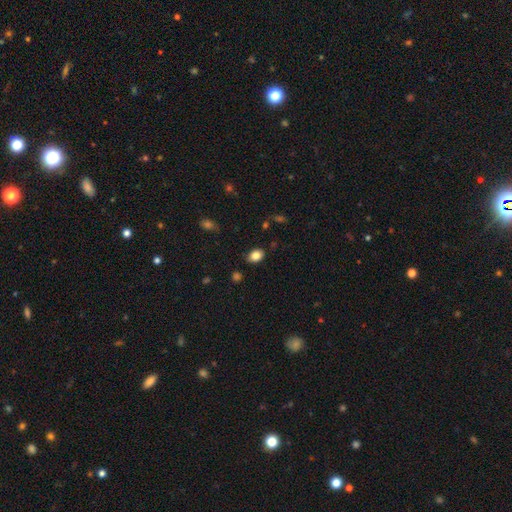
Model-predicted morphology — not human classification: smooth_or_featured: smooth (p=0.84) [alt: star or artifact p=0.09]
how_rounded: in between (p=0.75) [alt: round p=0.24]
merging: none (p=0.85) [alt: minor disturbance p=0.11]